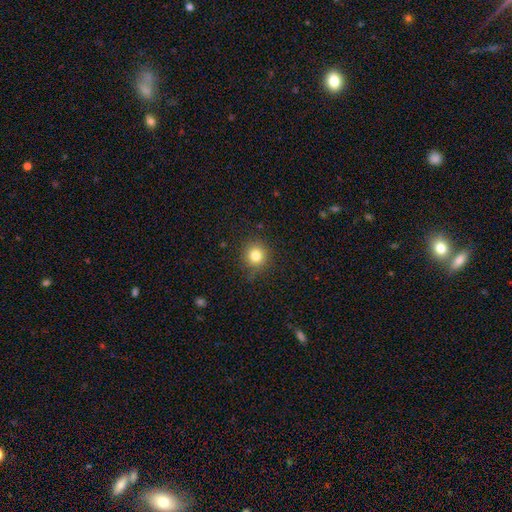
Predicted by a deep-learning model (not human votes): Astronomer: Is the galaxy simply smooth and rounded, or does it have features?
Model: smooth — 82%.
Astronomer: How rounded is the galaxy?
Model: round — 89%.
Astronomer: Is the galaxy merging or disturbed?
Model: none — 86%.